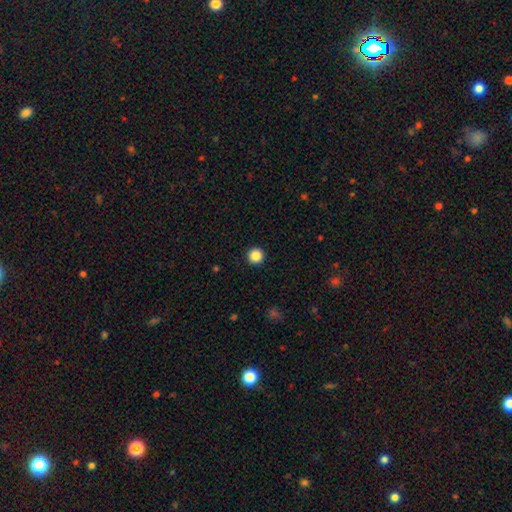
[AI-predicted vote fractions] Morphology: type=smooth (86%); roundness=round (96%); merging=none (94%).